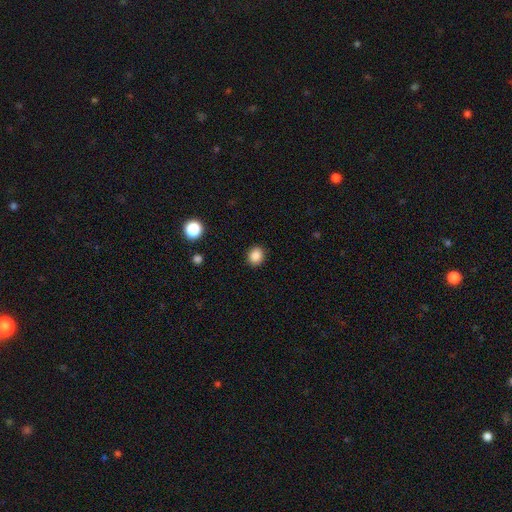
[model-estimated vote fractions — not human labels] smooth_or_featured: smooth (p=0.87) [alt: star or artifact p=0.10]
how_rounded: round (p=0.75) [alt: in between p=0.24]
merging: none (p=0.90) [alt: minor disturbance p=0.06]